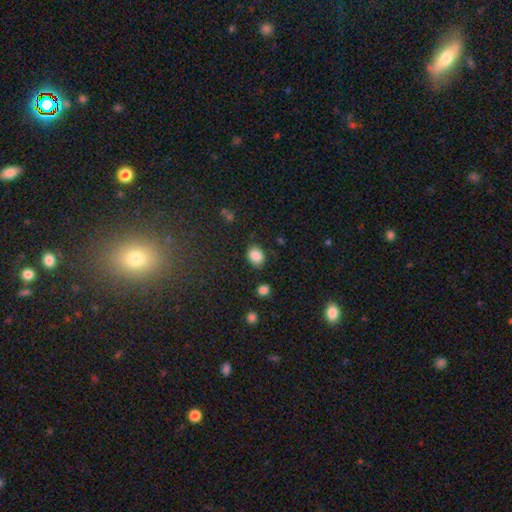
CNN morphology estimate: This appears to be a smooth galaxy with no disk features (86%) that is in between round and cigar-shaped (60%). Merging: none (80%).